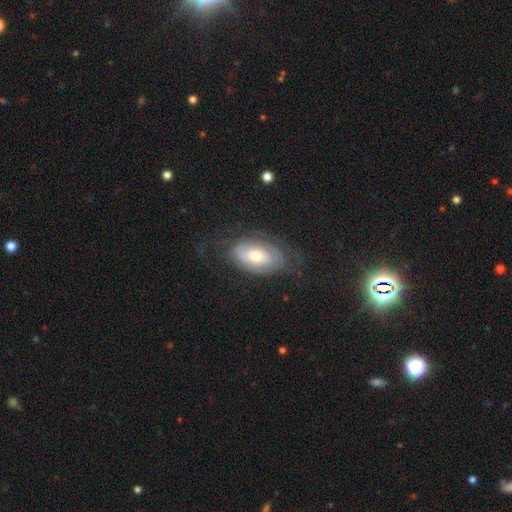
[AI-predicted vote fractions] Smooth or featured? Predicted: featured or disk (p=0.57). Edge-on disk? Predicted: no (p=0.92). Bar? Predicted: no (p=0.69). Spiral arms? Predicted: yes (p=0.66). Bulge size? Predicted: moderate (p=0.67). Merging? Predicted: none (p=0.63).